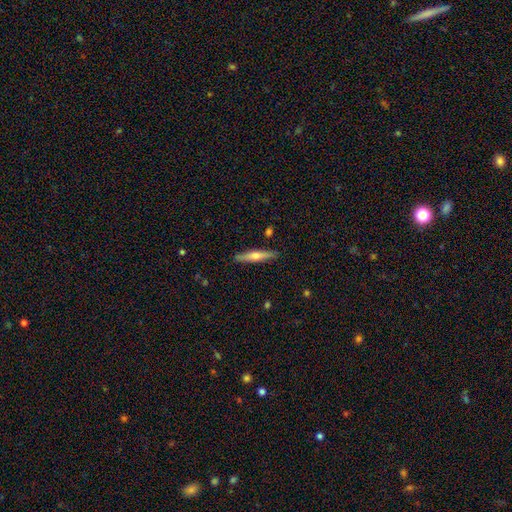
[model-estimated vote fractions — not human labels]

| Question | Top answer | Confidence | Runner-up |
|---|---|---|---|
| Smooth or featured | featured or disk | 52% | smooth (42%) |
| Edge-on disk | yes | 94% | no (6%) |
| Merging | none | 90% | minor disturbance (7%) |